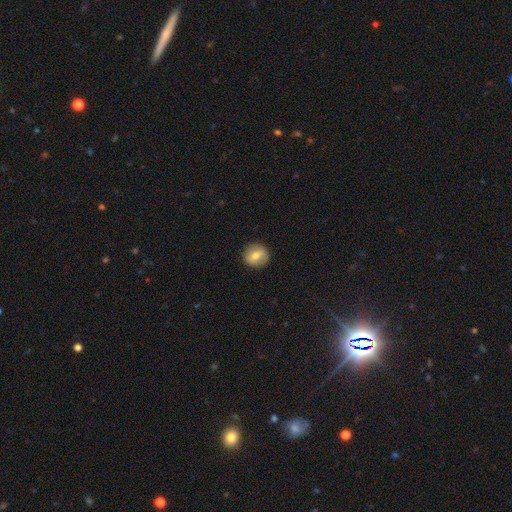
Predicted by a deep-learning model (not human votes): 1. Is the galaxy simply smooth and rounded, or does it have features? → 62% smooth, 30% featured or disk, 8% star or artifact.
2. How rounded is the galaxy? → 87% round, 12% in between, 1% cigar-shaped.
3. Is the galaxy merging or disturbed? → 89% none, 8% minor disturbance, 2% major disturbance, 1% merger.